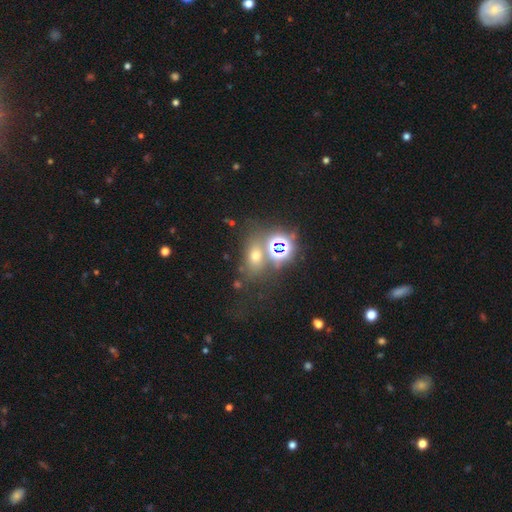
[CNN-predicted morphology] Smooth or featured? Predicted: smooth (p=0.49). Merging? Predicted: none (p=0.62).